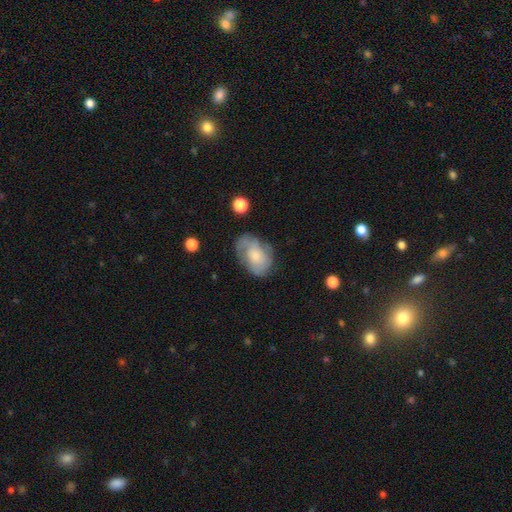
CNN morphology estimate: The model was most divided on "smooth or featured": featured or disk: 47%, smooth: 45%, star or artifact: 7%. More confident: merging — none (56%).